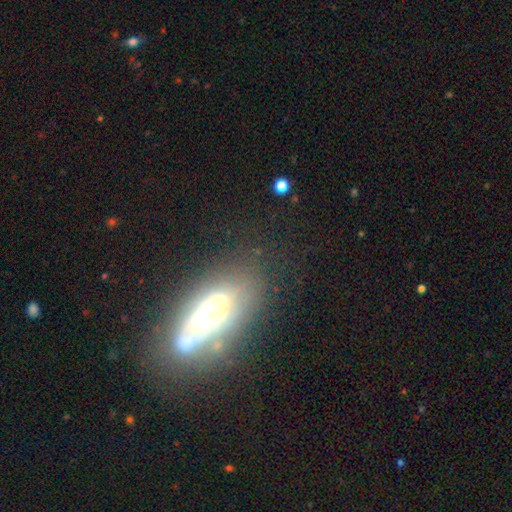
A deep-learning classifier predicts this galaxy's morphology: Smooth or featured? Predicted: featured or disk (p=0.52). Edge-on disk? Predicted: no (p=0.73). Merging? Predicted: none (p=0.52).